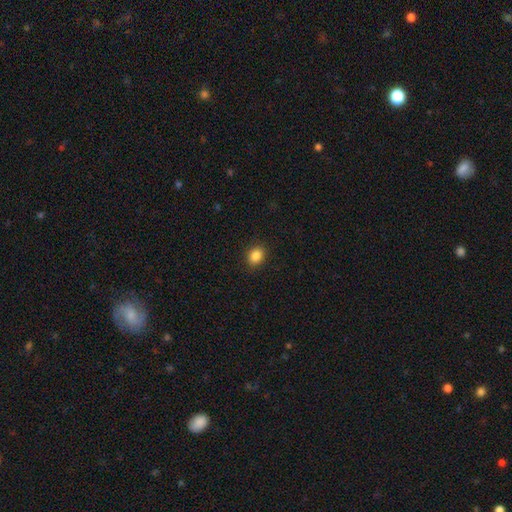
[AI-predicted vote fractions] Overall: smooth (86%). How rounded: round (50%; in between 49%). Merging: none (90%).